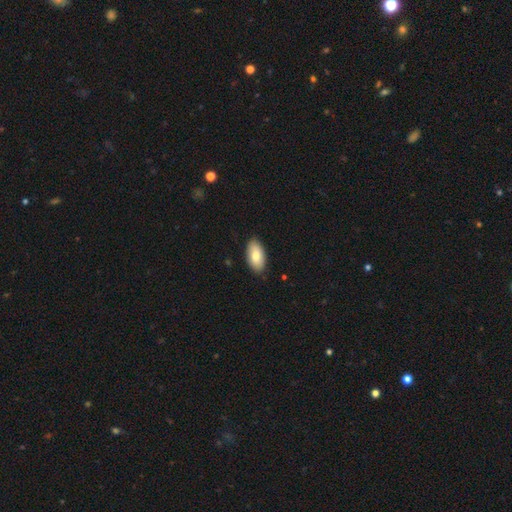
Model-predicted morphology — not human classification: A smooth galaxy with no disk features (78%) that is in between round and cigar-shaped (94%).

Vote fractions:
- Smooth or featured? smooth: 78% / featured or disk: 16% / star or artifact: 6%
- How rounded? in between: 94% / cigar-shaped: 3% / round: 3%
- Merging? none: 88% / minor disturbance: 10% / major disturbance: 2% / merger: 1%